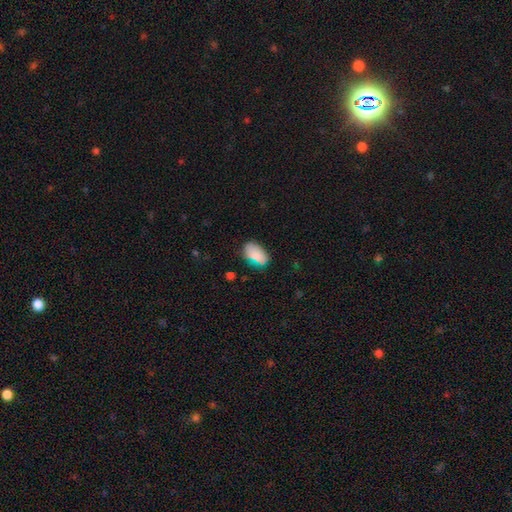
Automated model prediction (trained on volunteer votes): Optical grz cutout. It shows a smooth galaxy with no disk features (83%) that is in between round and cigar-shaped (90%). Merging: none (66%).